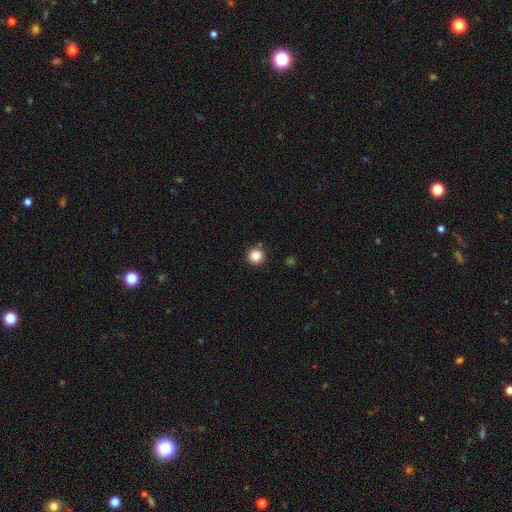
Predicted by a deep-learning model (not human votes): Q: Smooth or featured?
A: smooth (86%); runner-up: star or artifact (11%)
Q: How rounded?
A: round (95%); runner-up: in between (4%)
Q: Merging?
A: none (87%); runner-up: minor disturbance (7%)